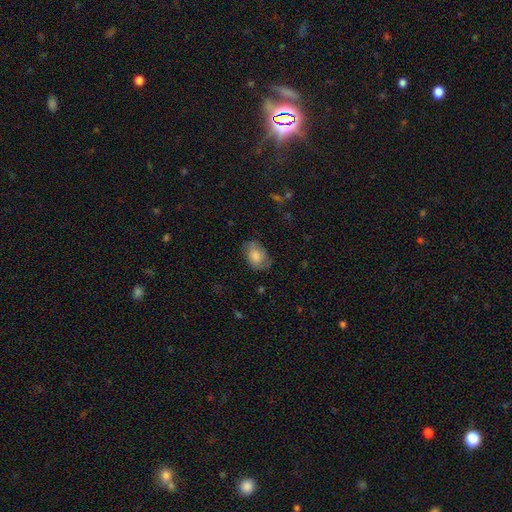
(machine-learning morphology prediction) Smooth or featured? smooth (70%)
How rounded? in between (79%)
Merging? none (67%)